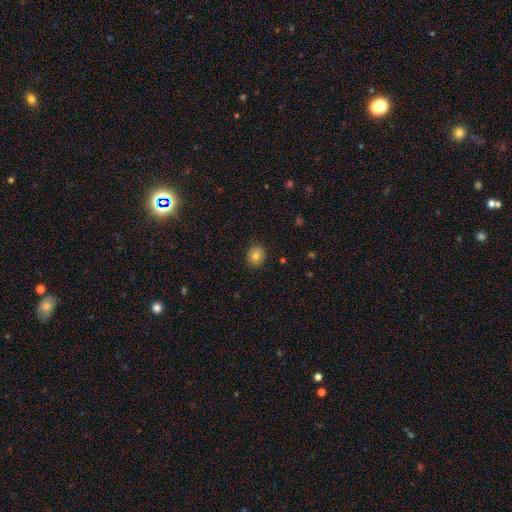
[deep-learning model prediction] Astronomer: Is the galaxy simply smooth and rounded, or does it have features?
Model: smooth — 80%.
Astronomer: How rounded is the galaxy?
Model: round — 70%.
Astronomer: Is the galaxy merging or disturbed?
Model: none — 87%.